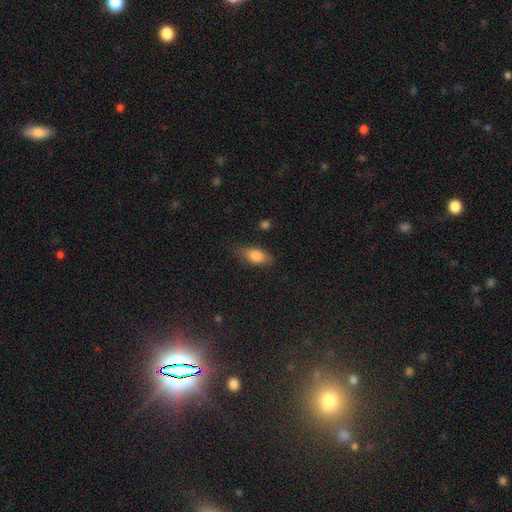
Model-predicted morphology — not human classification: A smooth galaxy with no disk features (79%) that is in between round and cigar-shaped (81%). Merging: none (72%).